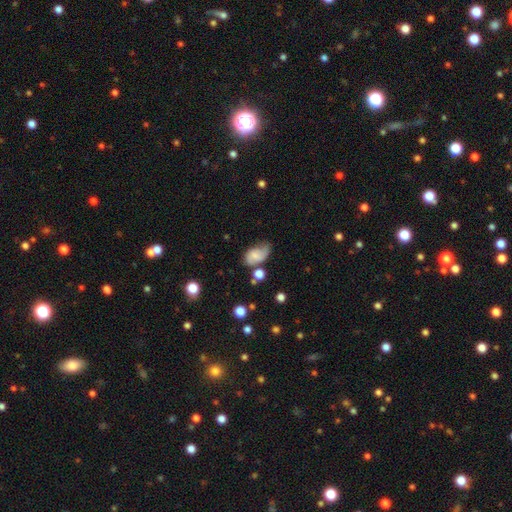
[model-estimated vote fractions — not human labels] Smooth or featured? smooth (57%)
How rounded? in between (88%)
Merging? none (44%)